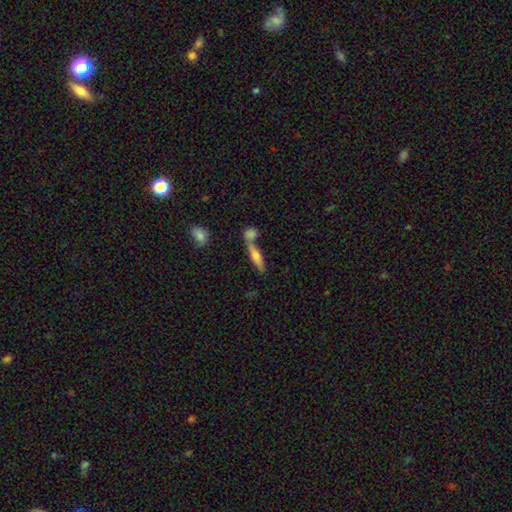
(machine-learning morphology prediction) The model was most divided on "merging": none: 52%, merger: 34%, minor disturbance: 10%, major disturbance: 4%. More confident: how rounded — cigar-shaped (76%); smooth or featured — smooth (57%).